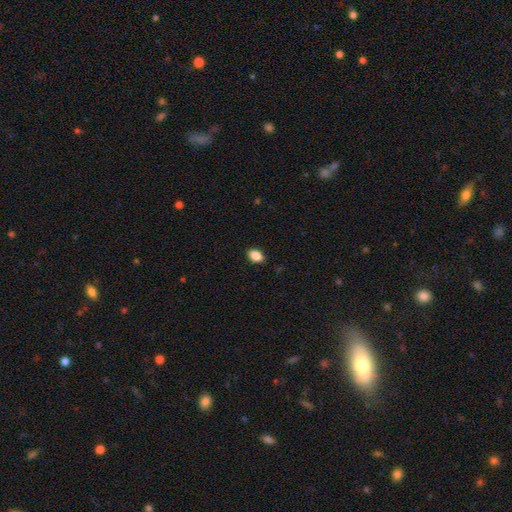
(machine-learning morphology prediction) smooth 88%, star or artifact 8%, featured or disk 3%. Down the decision tree: how rounded — in between (84%); merging — none (89%).